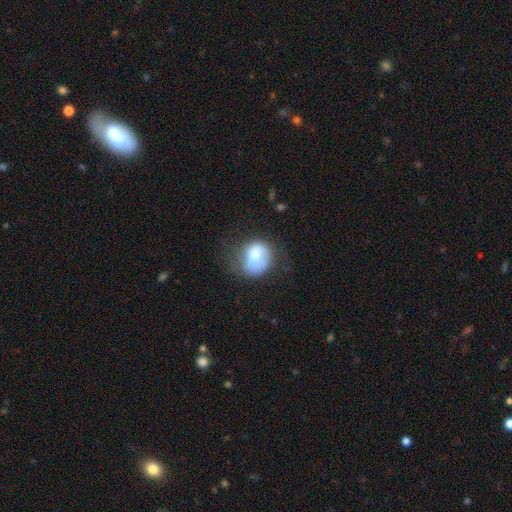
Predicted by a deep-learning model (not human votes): Q: Smooth or featured?
A: smooth (74%); runner-up: featured or disk (17%)
Q: How rounded?
A: round (63%); runner-up: in between (36%)
Q: Merging?
A: none (38%); runner-up: minor disturbance (33%)